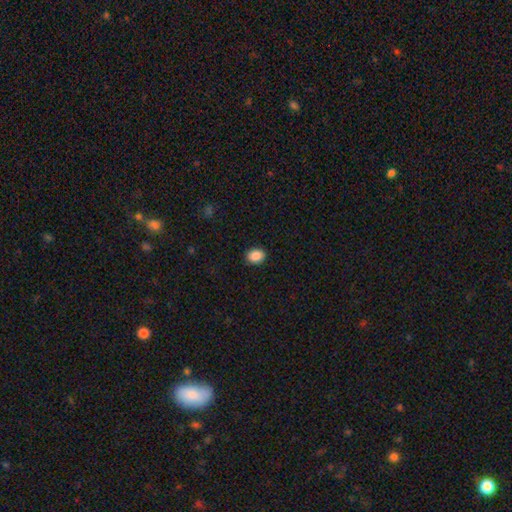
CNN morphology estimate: Smooth or featured? smooth (88%)
How rounded? in between (59%)
Merging? none (90%)